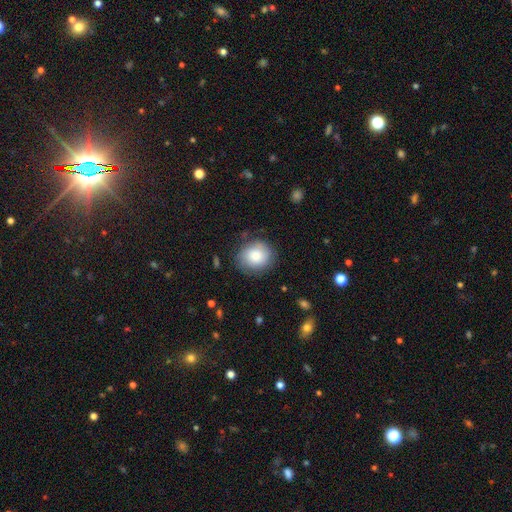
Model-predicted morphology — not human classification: The model was most divided on "how rounded": round: 79%, in between: 20%, cigar-shaped: 1%. More confident: merging — none (81%); smooth or featured — smooth (81%).